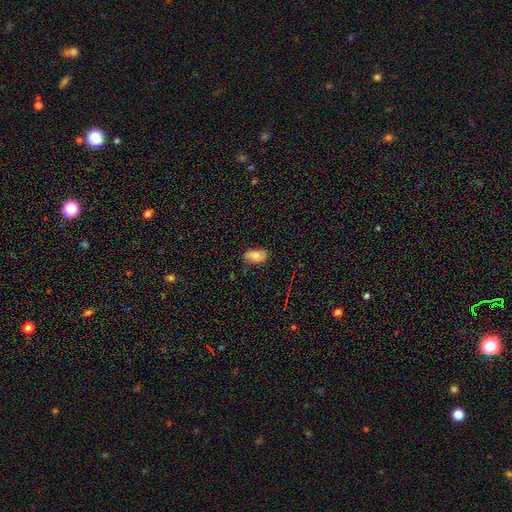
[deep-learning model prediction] smooth_or_featured: smooth (p=0.80) [alt: featured or disk p=0.11]
how_rounded: in between (p=0.93) [alt: round p=0.04]
merging: none (p=0.80) [alt: minor disturbance p=0.16]